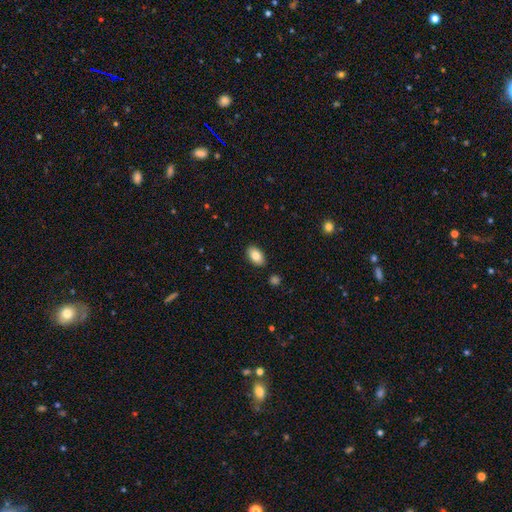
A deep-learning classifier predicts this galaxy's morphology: type=smooth (84%); roundness=in between (93%); merging=none (88%).